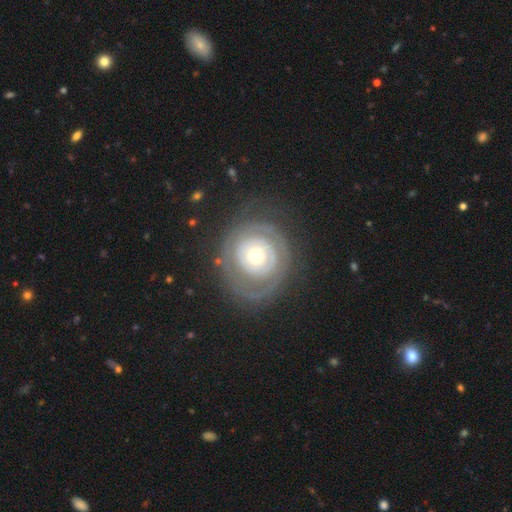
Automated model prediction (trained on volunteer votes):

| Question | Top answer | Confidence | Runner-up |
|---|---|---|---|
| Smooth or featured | featured or disk | 68% | smooth (27%) |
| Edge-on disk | no | 96% | yes (4%) |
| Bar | no | 88% | weak (8%) |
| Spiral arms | no | 54% | yes (46%) |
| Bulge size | moderate | 56% | small (33%) |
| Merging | none | 72% | minor disturbance (15%) |